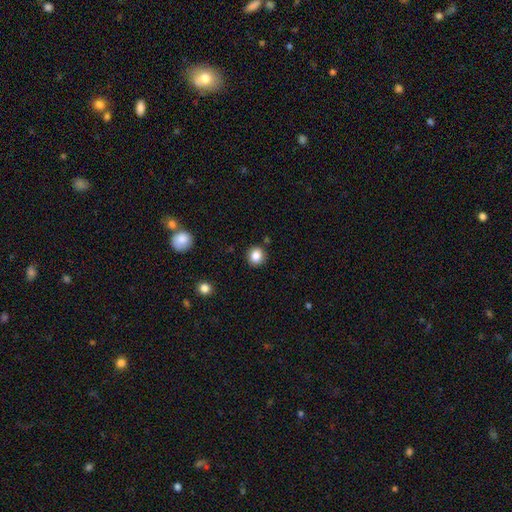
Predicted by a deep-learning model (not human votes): Morphology: type=smooth (85%); roundness=round (84%); merging=none (88%).